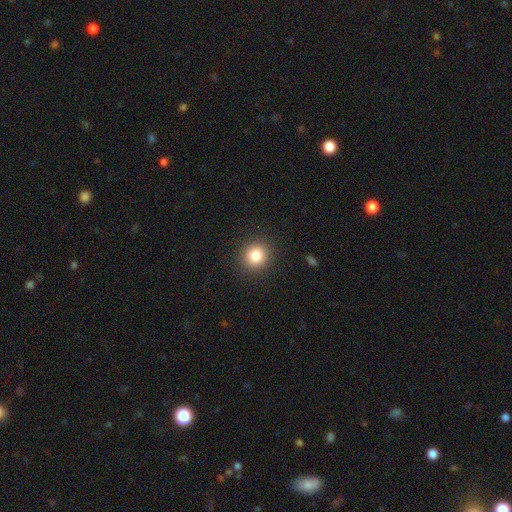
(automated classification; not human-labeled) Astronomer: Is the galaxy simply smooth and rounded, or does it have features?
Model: smooth — 84%.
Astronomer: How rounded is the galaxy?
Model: round — 88%.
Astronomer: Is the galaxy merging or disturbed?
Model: none — 91%.